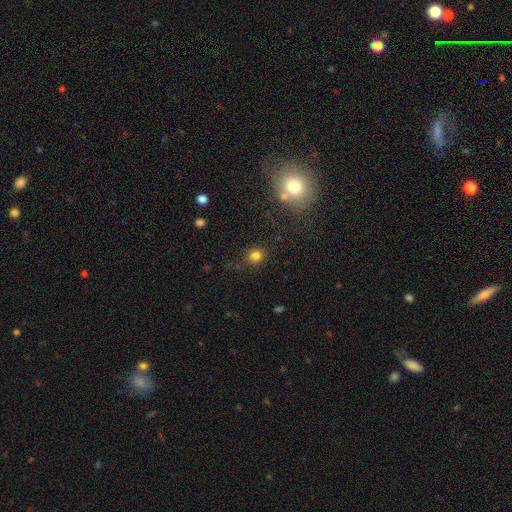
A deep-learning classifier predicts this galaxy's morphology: A smooth galaxy with no disk features (79%) that is round (87%).

Vote fractions:
- Smooth or featured? smooth: 79% / star or artifact: 15% / featured or disk: 6%
- How rounded? round: 87% / in between: 12% / cigar-shaped: 1%
- Merging? none: 82% / minor disturbance: 11% / major disturbance: 5% / merger: 3%